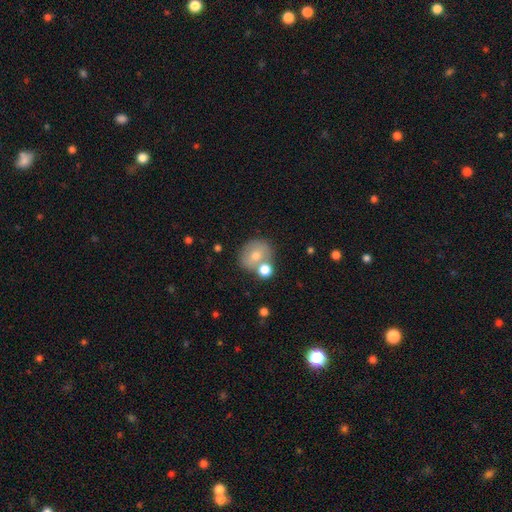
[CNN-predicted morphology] smooth_or_featured: smooth (p=0.65) [alt: featured or disk p=0.23]
how_rounded: round (p=0.75) [alt: in between p=0.24]
merging: none (p=0.58) [alt: merger p=0.26]